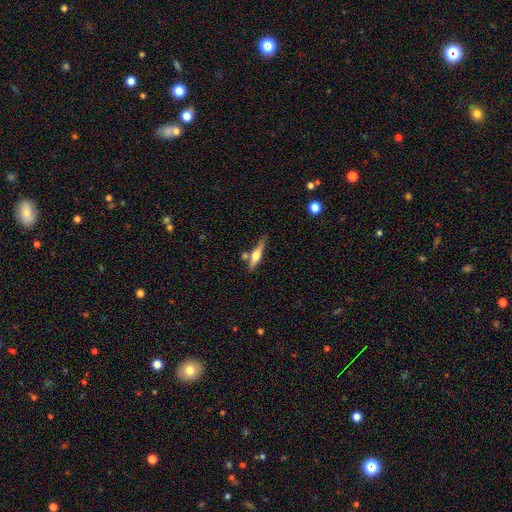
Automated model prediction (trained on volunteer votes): Q: Smooth or featured?
A: featured or disk (52%); runner-up: smooth (42%)
Q: Edge-on disk?
A: yes (94%); runner-up: no (6%)
Q: Merging?
A: none (70%); runner-up: minor disturbance (14%)